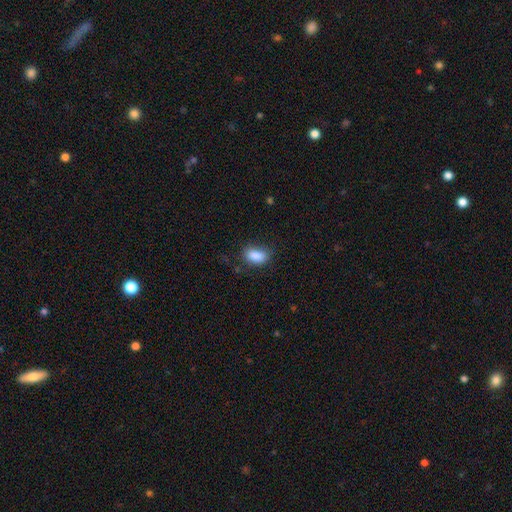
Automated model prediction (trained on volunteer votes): smooth_or_featured: smooth (p=0.87) [alt: star or artifact p=0.08]
how_rounded: in between (p=0.89) [alt: round p=0.07]
merging: none (p=0.72) [alt: minor disturbance p=0.20]